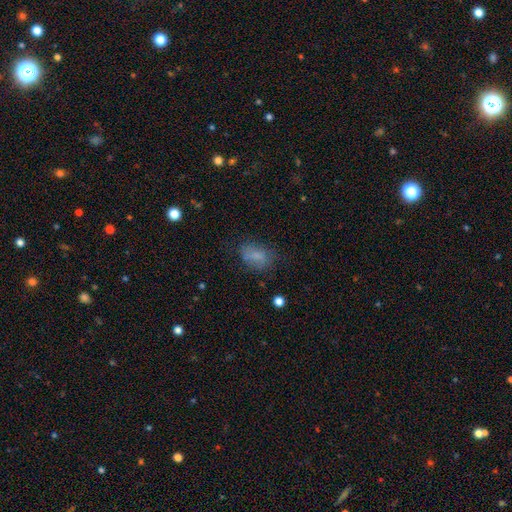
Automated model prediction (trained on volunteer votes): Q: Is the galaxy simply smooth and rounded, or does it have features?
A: smooth — 73%.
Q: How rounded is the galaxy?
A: in between — 80%.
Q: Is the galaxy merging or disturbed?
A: none — 64%.